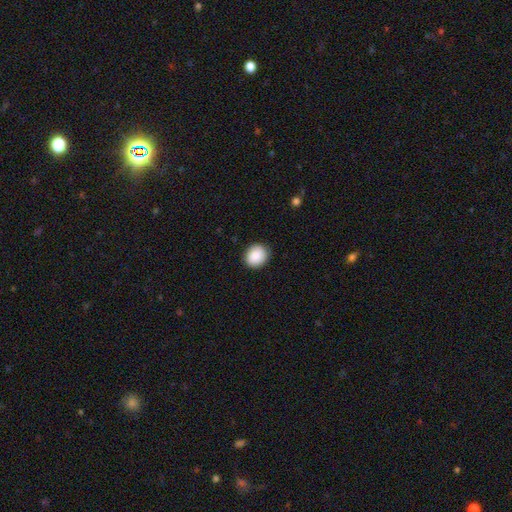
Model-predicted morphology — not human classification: Q: Smooth or featured?
A: smooth (89%); runner-up: star or artifact (7%)
Q: How rounded?
A: round (73%); runner-up: in between (27%)
Q: Merging?
A: none (89%); runner-up: minor disturbance (8%)